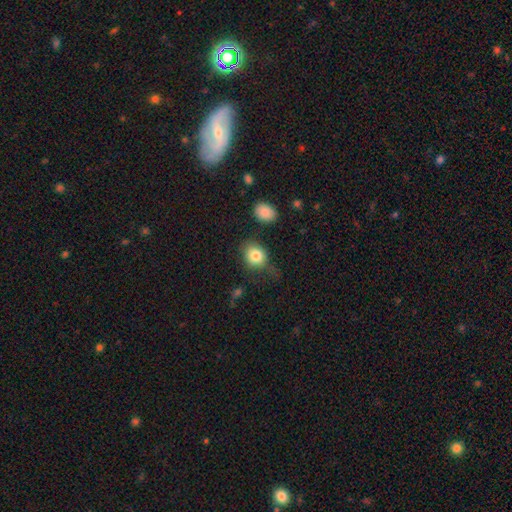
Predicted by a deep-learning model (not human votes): A smooth galaxy with no disk features (82%) that is round (62%).

Vote fractions:
- Smooth or featured? smooth: 82% / star or artifact: 9% / featured or disk: 9%
- How rounded? round: 62% / in between: 37% / cigar-shaped: 1%
- Merging? none: 57% / minor disturbance: 25% / major disturbance: 13% / merger: 4%